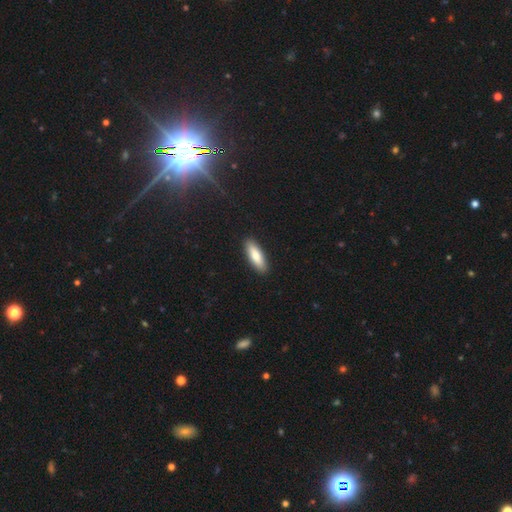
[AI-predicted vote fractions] smooth_or_featured: smooth (p=0.81) [alt: featured or disk p=0.14]
how_rounded: in between (p=0.53) [alt: cigar-shaped p=0.45]
merging: none (p=0.91) [alt: minor disturbance p=0.07]